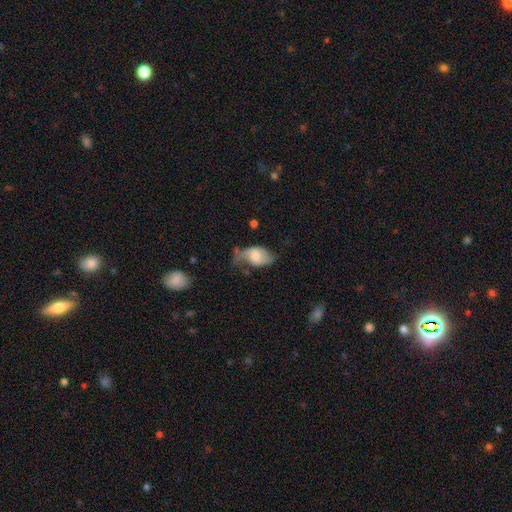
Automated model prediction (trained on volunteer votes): Smooth or featured: featured or disk — 51% (smooth — 42%)
Edge-on disk: no — 95% (yes — 5%)
Merging: none — 33% (tied with minor disturbance — 33%)